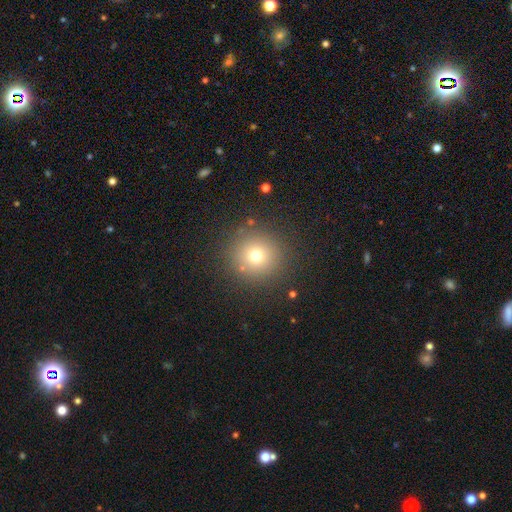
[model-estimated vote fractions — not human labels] A smooth galaxy with no disk features (71%) that is round (95%). Merging: none (87%).